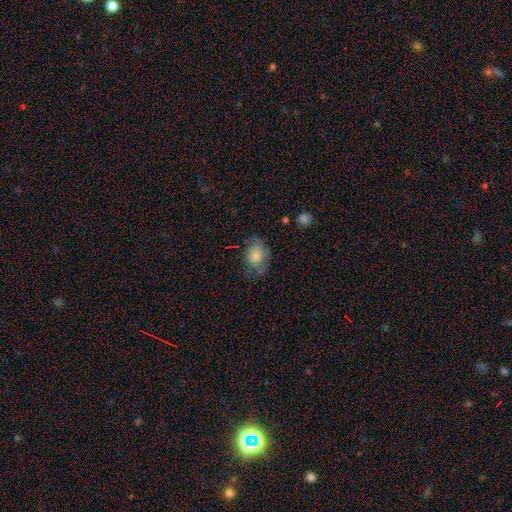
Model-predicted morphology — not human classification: This is likely a smooth galaxy (65%). How rounded: likely in between (62%). Merging: possibly none (50%).